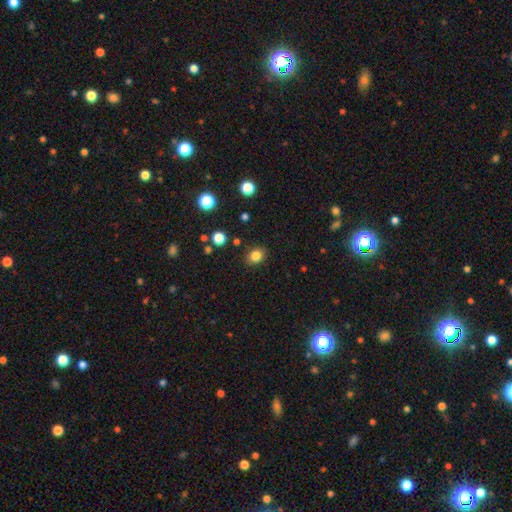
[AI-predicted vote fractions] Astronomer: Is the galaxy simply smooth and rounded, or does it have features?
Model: smooth — 83%.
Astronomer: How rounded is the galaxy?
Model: round — 52% (runner-up: in between, 48%).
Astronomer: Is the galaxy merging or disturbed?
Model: none — 87%.